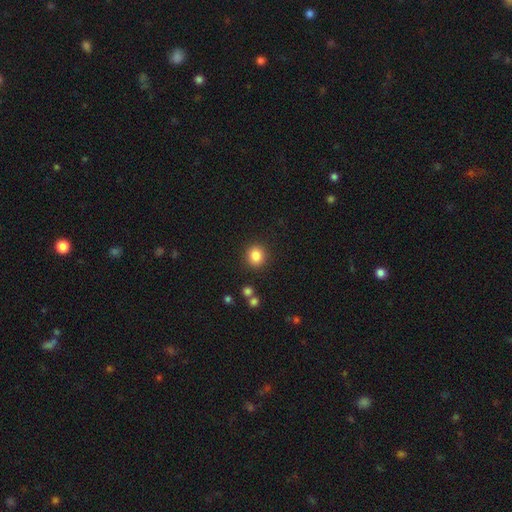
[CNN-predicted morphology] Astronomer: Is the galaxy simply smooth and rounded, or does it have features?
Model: smooth — 85%.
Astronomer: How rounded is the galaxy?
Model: round — 82%.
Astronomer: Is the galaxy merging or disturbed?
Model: none — 89%.